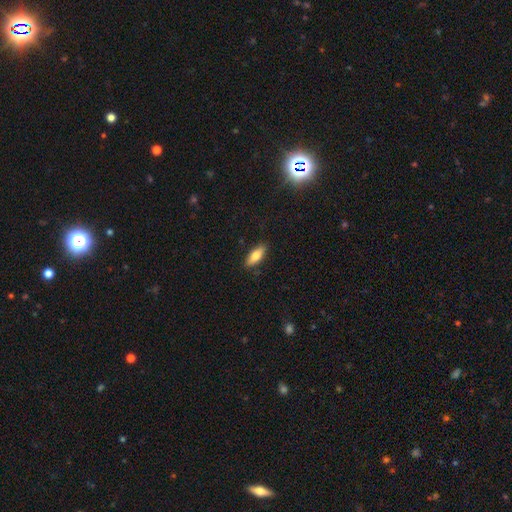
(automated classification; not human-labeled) The model was most divided on "how rounded": in between: 69%, cigar-shaped: 29%, round: 2%. More confident: merging — none (87%); smooth or featured — smooth (78%).